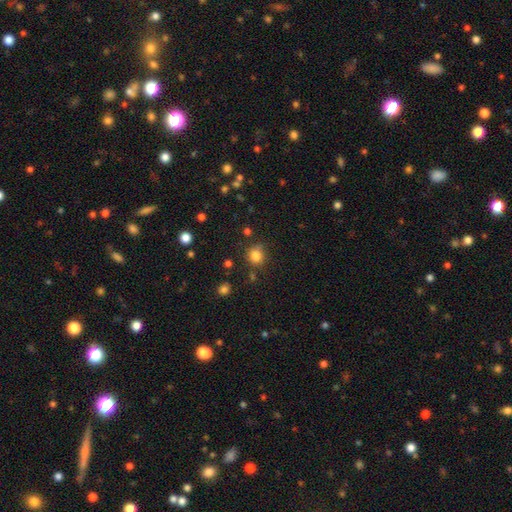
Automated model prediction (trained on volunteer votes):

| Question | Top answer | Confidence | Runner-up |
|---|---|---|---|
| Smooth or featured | smooth | 82% | star or artifact (13%) |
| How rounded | round | 90% | in between (9%) |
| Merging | none | 78% | minor disturbance (13%) |